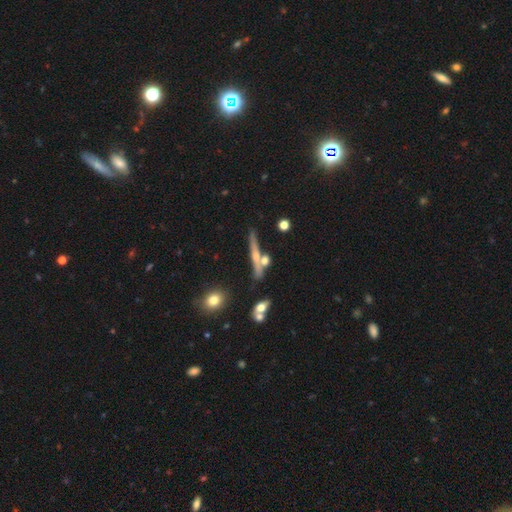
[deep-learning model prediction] featured or disk 55%, smooth 36%, star or artifact 9%. Down the decision tree: edge-on disk — yes (92%); edge-on bulge — rounded (61%); merging — none (66%).